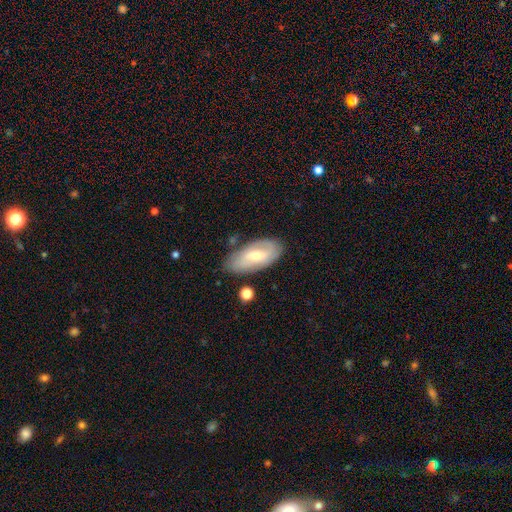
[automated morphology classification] Smooth or featured: featured or disk — 49% (smooth — 45%)
Merging: none — 74% (minor disturbance — 18%)